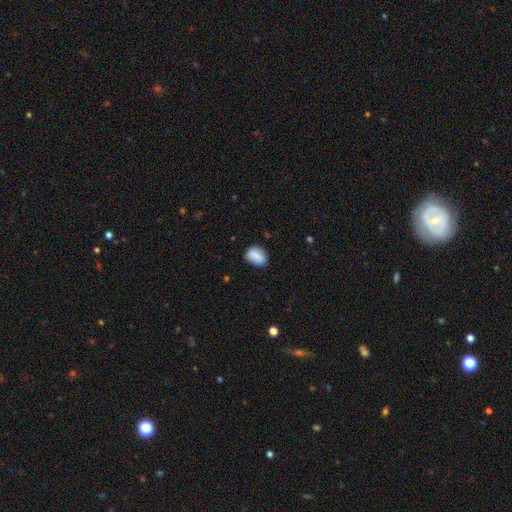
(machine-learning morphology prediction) Q: Smooth or featured?
A: smooth (85%); runner-up: featured or disk (8%)
Q: How rounded?
A: in between (70%); runner-up: round (29%)
Q: Merging?
A: none (73%); runner-up: minor disturbance (20%)